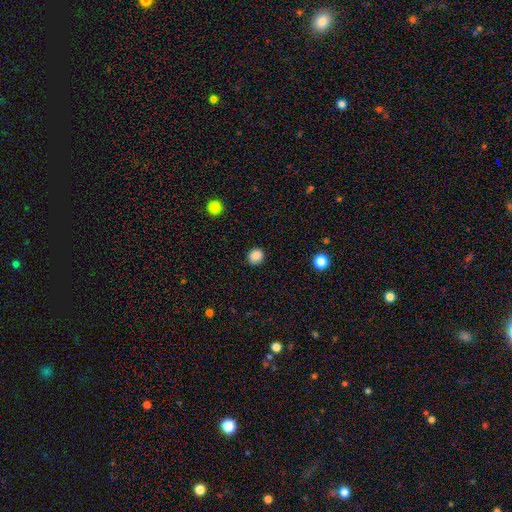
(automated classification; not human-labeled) Morphology: type=smooth (87%); roundness=round (85%); merging=none (91%).